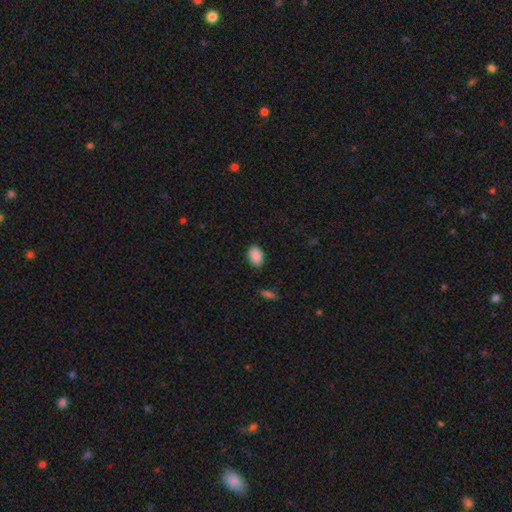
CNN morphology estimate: smooth-or-featured: smooth: 89% | star or artifact: 8% | featured or disk: 3%
  how-rounded: in between: 85% | round: 14% | cigar-shaped: 1%
  merging: none: 86% | minor disturbance: 10% | major disturbance: 2% | merger: 1%